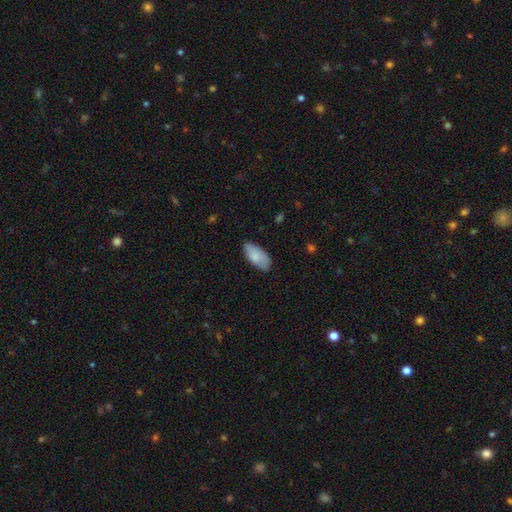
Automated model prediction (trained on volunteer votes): This is clearly a smooth galaxy (82%). How rounded: clearly in between (92%). Merging: likely none (74%).